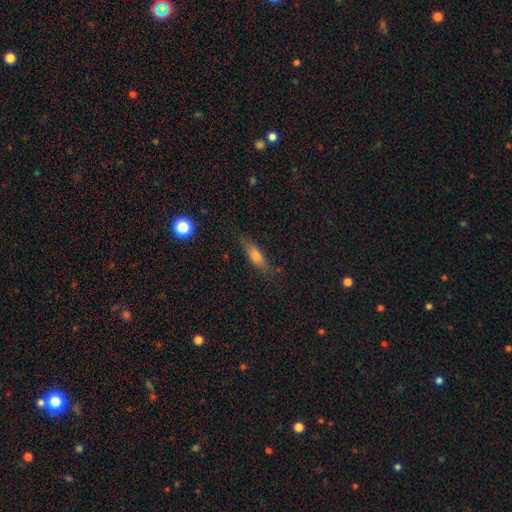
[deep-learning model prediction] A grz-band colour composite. It shows a smooth galaxy with no disk features (61%) that is cigar-shaped (60%). Merging: none (79%).